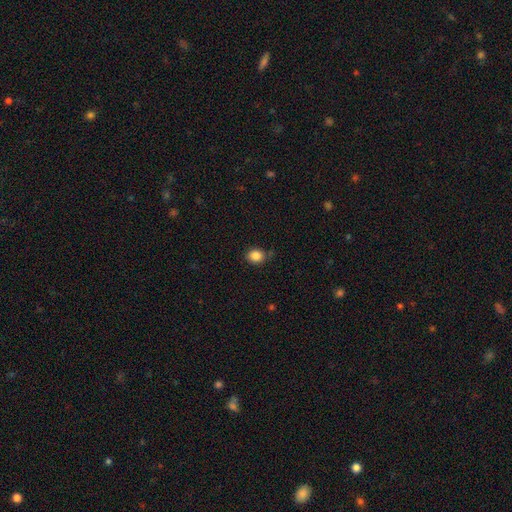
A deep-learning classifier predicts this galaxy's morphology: Smooth or featured?
  - smooth: 85% *
  - star or artifact: 10%
  - featured or disk: 4%
How rounded?
  - round: 64% *
  - in between: 35%
  - cigar-shaped: 1%
Merging?
  - none: 79% *
  - minor disturbance: 15%
  - major disturbance: 3%
  - merger: 3%